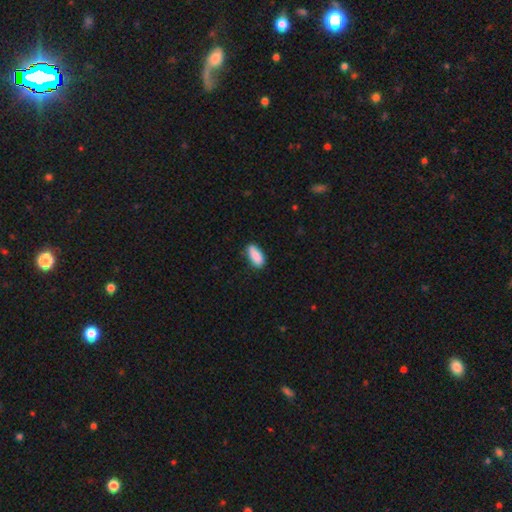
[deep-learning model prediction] Smooth or featured?
  - smooth: 89% *
  - star or artifact: 6%
  - featured or disk: 5%
How rounded?
  - in between: 84% *
  - cigar-shaped: 14%
  - round: 2%
Merging?
  - none: 79% *
  - minor disturbance: 17%
  - major disturbance: 3%
  - merger: 2%